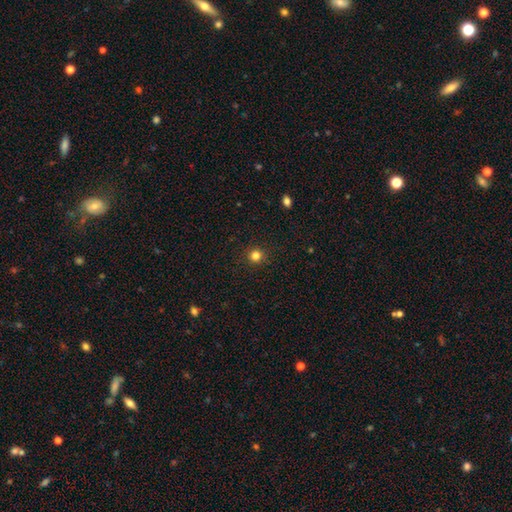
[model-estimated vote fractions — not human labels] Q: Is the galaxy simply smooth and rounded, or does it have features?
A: smooth — 82%.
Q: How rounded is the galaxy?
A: round — 94%.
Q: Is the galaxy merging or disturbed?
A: none — 91%.